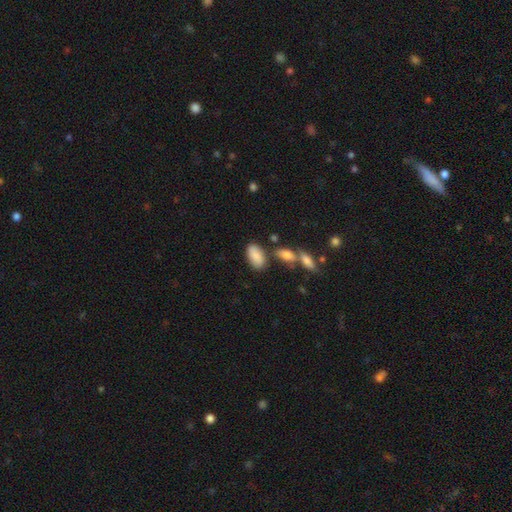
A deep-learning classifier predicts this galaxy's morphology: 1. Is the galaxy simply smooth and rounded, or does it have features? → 86% smooth, 8% featured or disk, 7% star or artifact.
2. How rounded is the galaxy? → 93% in between, 4% round, 3% cigar-shaped.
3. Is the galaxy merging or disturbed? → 71% none, 14% minor disturbance, 11% merger, 4% major disturbance.